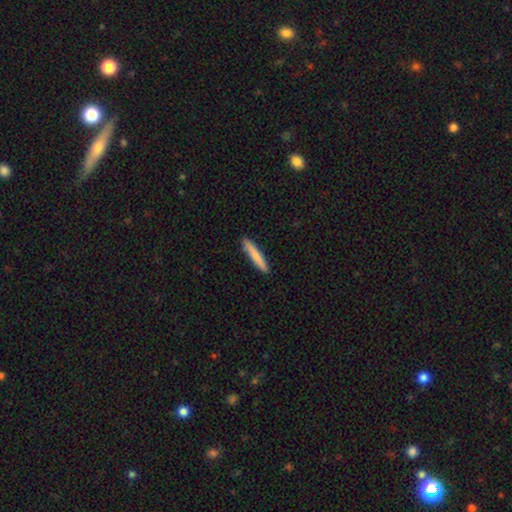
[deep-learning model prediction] A smooth galaxy with no disk features (79%) that is cigar-shaped (94%). Merging: none (90%).